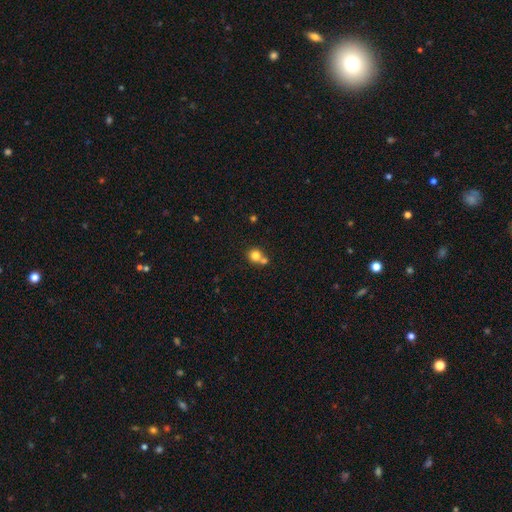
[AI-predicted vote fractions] Q: Smooth or featured?
A: smooth (78%); runner-up: featured or disk (11%)
Q: How rounded?
A: round (83%); runner-up: in between (16%)
Q: Merging?
A: merger (49%); runner-up: none (40%)